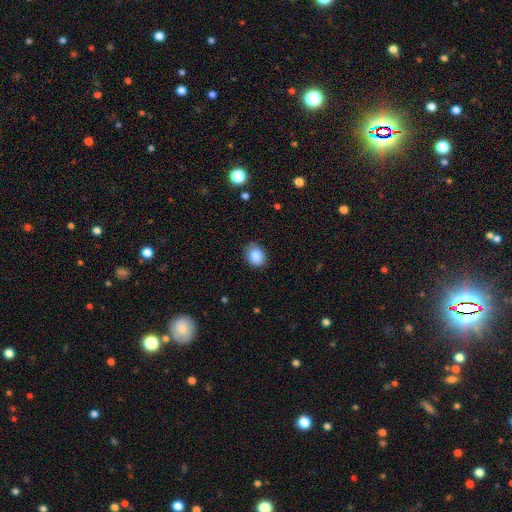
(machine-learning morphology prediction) Smooth or featured?
  - smooth: 85% *
  - star or artifact: 8%
  - featured or disk: 7%
How rounded?
  - in between: 53% *
  - round: 46%
  - cigar-shaped: 1%
Merging?
  - none: 82% *
  - minor disturbance: 14%
  - major disturbance: 2%
  - merger: 1%